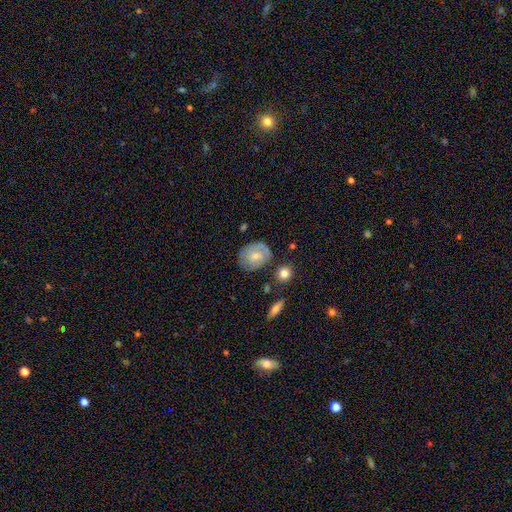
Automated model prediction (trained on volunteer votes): Overall: smooth (60%; featured or disk 33%). How rounded: round (52%; in between 47%). Merging: none (65%).